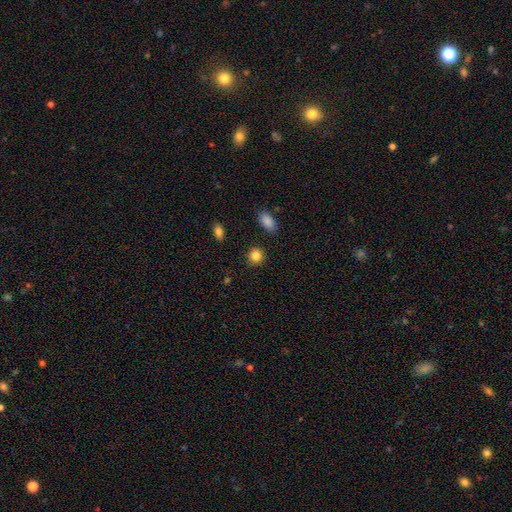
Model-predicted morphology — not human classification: Smooth or featured?
  - smooth: 87% *
  - star or artifact: 9%
  - featured or disk: 4%
How rounded?
  - round: 88% *
  - in between: 11%
  - cigar-shaped: 1%
Merging?
  - none: 90% *
  - minor disturbance: 6%
  - major disturbance: 2%
  - merger: 2%